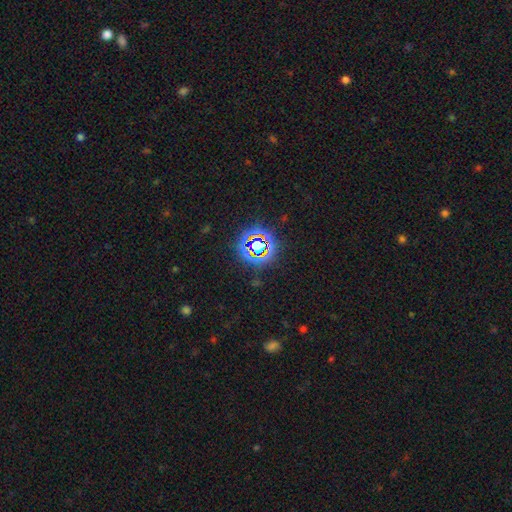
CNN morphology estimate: Q: Smooth or featured?
A: star or artifact (73%); runner-up: smooth (19%)